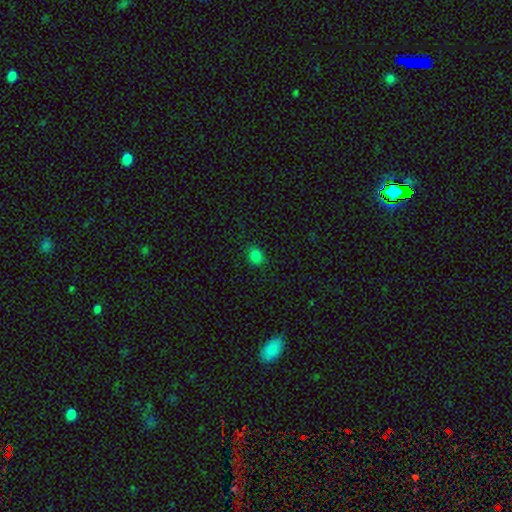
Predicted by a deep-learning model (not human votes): Overall: smooth (82%). How rounded: round (53%; in between 46%). Merging: none (88%).